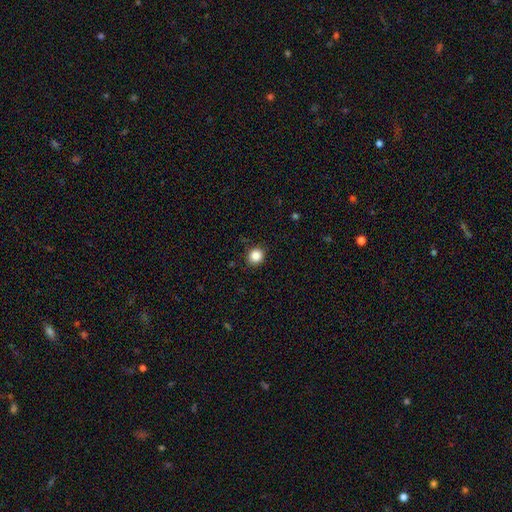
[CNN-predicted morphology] Smooth or featured?
  - smooth: 86% *
  - star or artifact: 10%
  - featured or disk: 4%
How rounded?
  - round: 84% *
  - in between: 15%
  - cigar-shaped: 1%
Merging?
  - none: 89% *
  - minor disturbance: 7%
  - major disturbance: 2%
  - merger: 1%